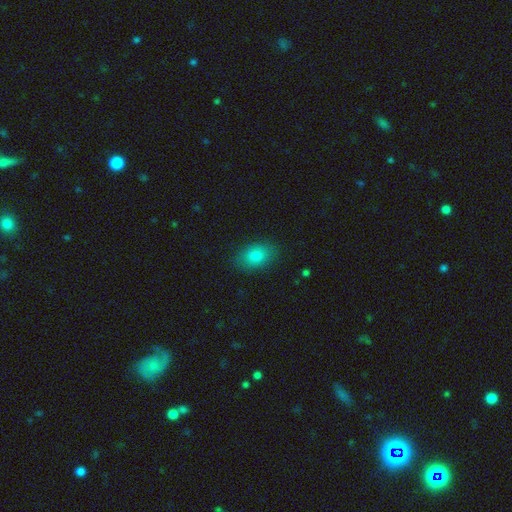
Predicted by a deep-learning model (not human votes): Smooth or featured?
  - smooth: 84% *
  - star or artifact: 9%
  - featured or disk: 7%
How rounded?
  - in between: 87% *
  - round: 12%
  - cigar-shaped: 2%
Merging?
  - none: 84% *
  - minor disturbance: 11%
  - major disturbance: 3%
  - merger: 1%